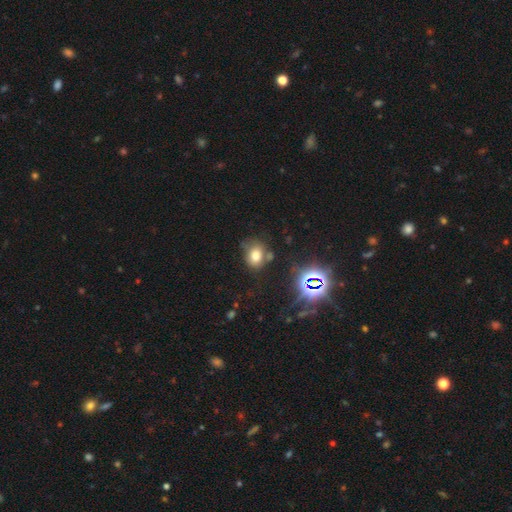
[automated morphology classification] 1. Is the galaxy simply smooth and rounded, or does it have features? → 71% smooth, 19% star or artifact, 10% featured or disk.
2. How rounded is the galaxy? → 58% in between, 40% round, 1% cigar-shaped.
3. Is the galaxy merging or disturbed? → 62% none, 20% minor disturbance, 11% merger, 7% major disturbance.